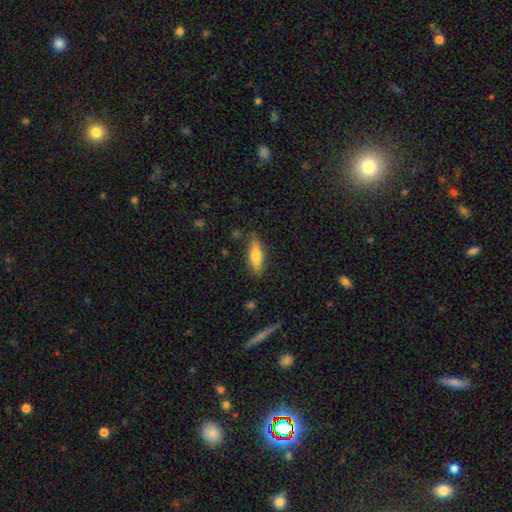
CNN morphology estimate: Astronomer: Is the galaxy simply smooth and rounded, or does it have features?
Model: smooth — 66%.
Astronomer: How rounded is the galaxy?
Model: cigar-shaped — 53% (runner-up: in between, 45%).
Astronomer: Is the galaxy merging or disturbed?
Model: none — 83%.